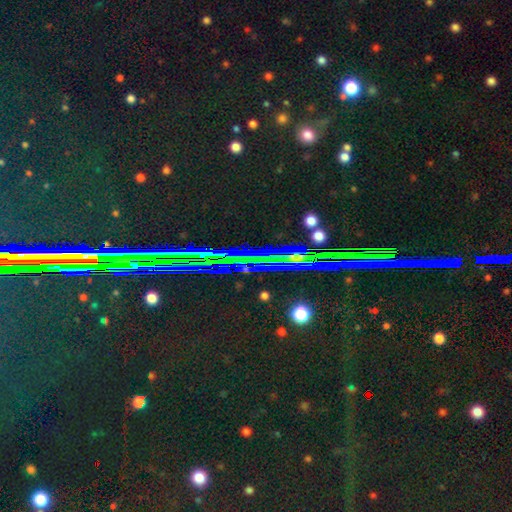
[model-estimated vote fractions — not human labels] The model was most divided on "smooth or featured": star or artifact: 79%, smooth: 11%, featured or disk: 10%.